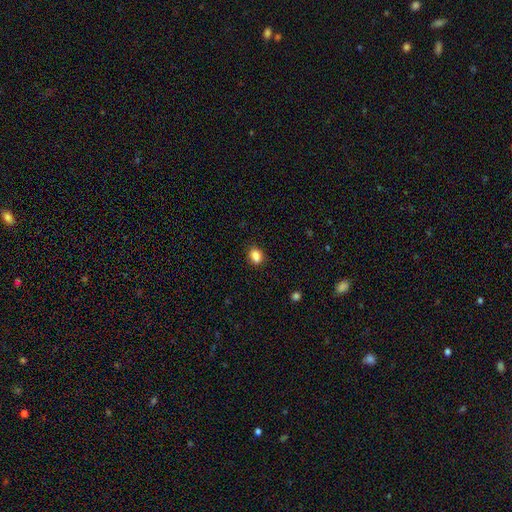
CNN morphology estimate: Smooth or featured? smooth (86%)
How rounded? in between (67%)
Merging? none (82%)